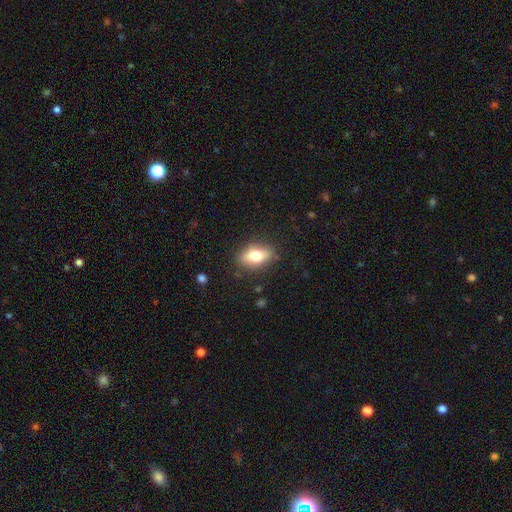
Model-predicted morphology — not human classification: smooth_or_featured: smooth (p=0.65) [alt: featured or disk p=0.27]
how_rounded: in between (p=0.78) [alt: round p=0.13]
merging: none (p=0.84) [alt: minor disturbance p=0.11]